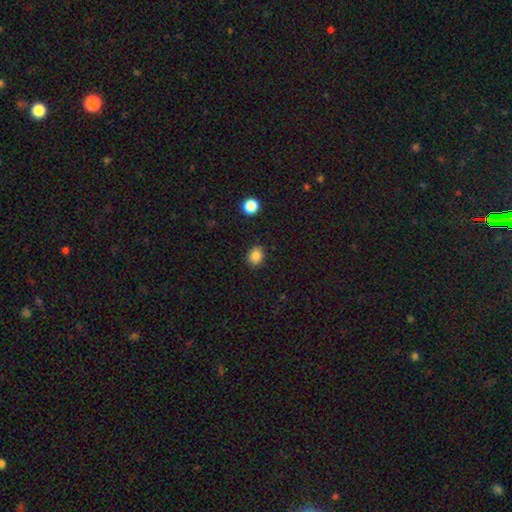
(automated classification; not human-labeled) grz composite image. It shows a smooth galaxy with no disk features (85%) that is round (67%). Merging: none (87%).